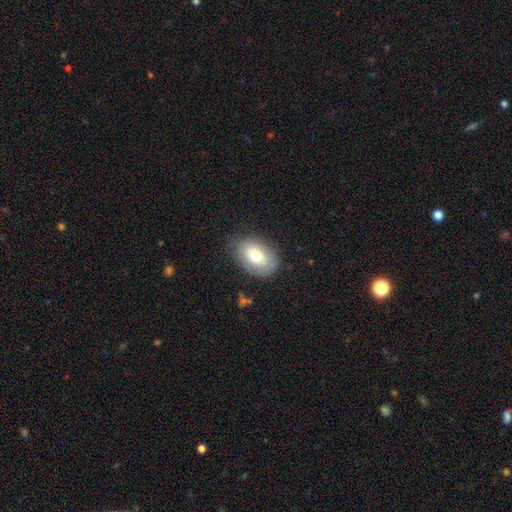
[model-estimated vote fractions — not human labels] Morphology: type=smooth (76%); roundness=in between (88%); merging=none (78%).